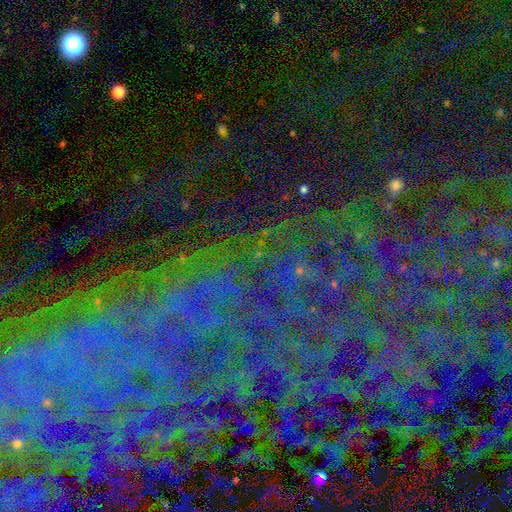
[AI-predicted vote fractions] A star or artifact, not a galaxy (77%).